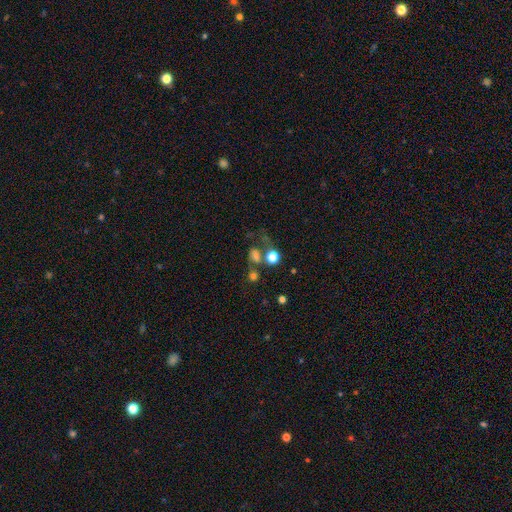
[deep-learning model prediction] Smooth or featured? smooth (59%)
How rounded? round (62%)
Merging? none (40%)